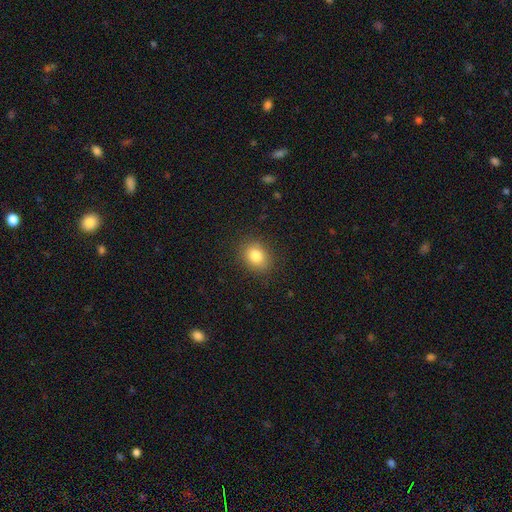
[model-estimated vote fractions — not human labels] A smooth galaxy with no disk features (82%) that is round (52%). Merging: none (87%).